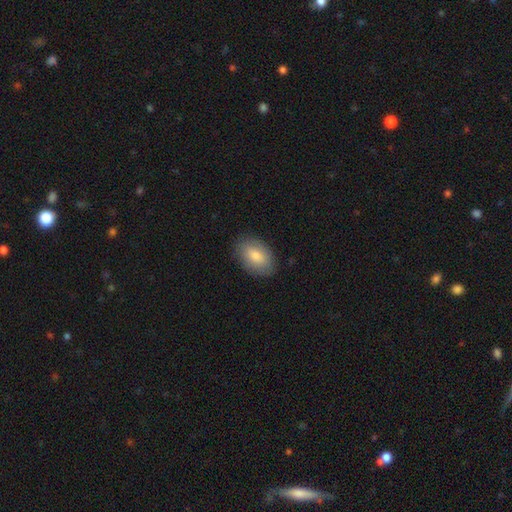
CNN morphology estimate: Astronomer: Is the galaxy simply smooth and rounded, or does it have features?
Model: smooth — 79%.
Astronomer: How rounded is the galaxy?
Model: in between — 88%.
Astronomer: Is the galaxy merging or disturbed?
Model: none — 86%.